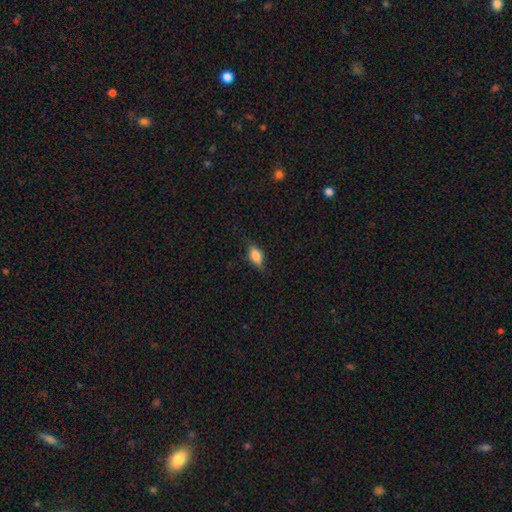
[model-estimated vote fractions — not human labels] A smooth galaxy with no disk features (68%) that is in between round and cigar-shaped (82%).

Vote fractions:
- Smooth or featured? smooth: 68% / featured or disk: 24% / star or artifact: 8%
- How rounded? in between: 82% / cigar-shaped: 13% / round: 6%
- Merging? none: 74% / minor disturbance: 20% / major disturbance: 5% / merger: 1%